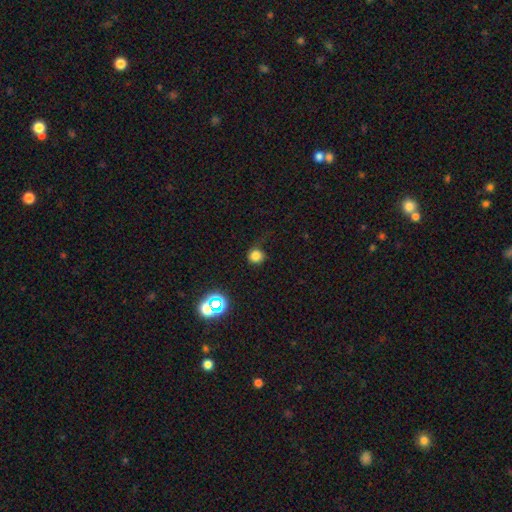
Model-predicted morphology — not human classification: Overall: smooth (77%). How rounded: round (92%). Merging: none (72%).